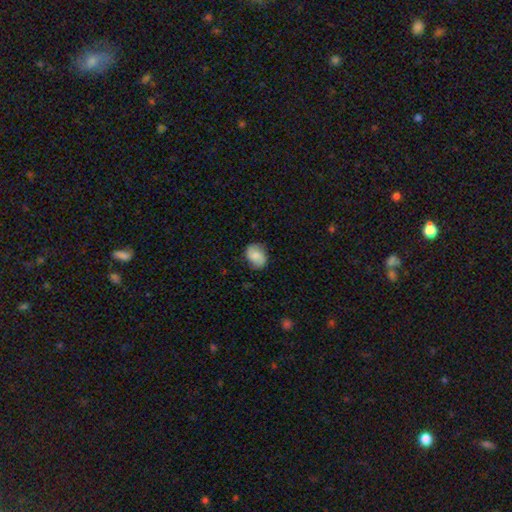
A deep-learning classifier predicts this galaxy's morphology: type=smooth (69%); roundness=in between (56%); merging=none (76%).